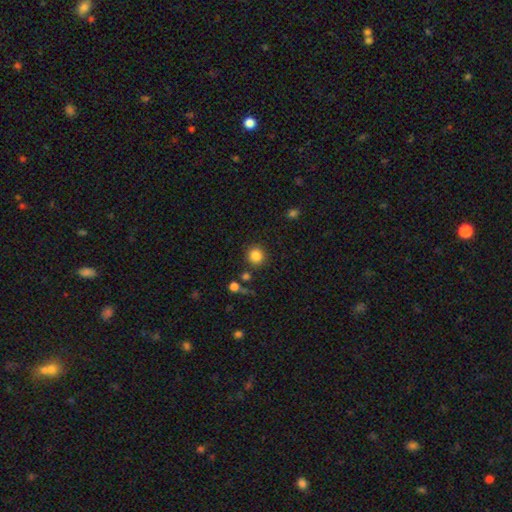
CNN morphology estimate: Q: Smooth or featured?
A: smooth (85%); runner-up: star or artifact (11%)
Q: How rounded?
A: round (92%); runner-up: in between (7%)
Q: Merging?
A: none (85%); runner-up: minor disturbance (7%)